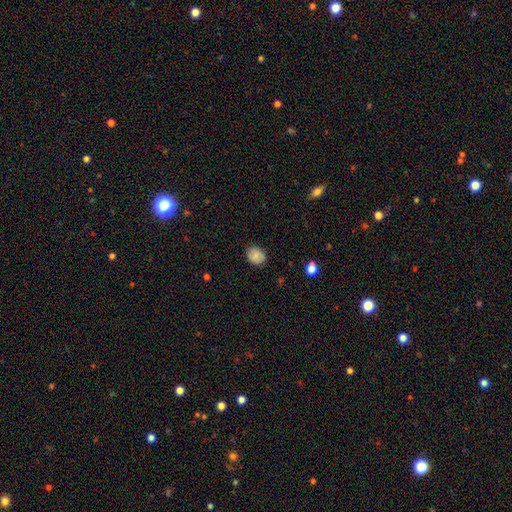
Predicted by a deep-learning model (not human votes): Morphology: type=smooth (80%); roundness=round (59%); merging=none (83%).